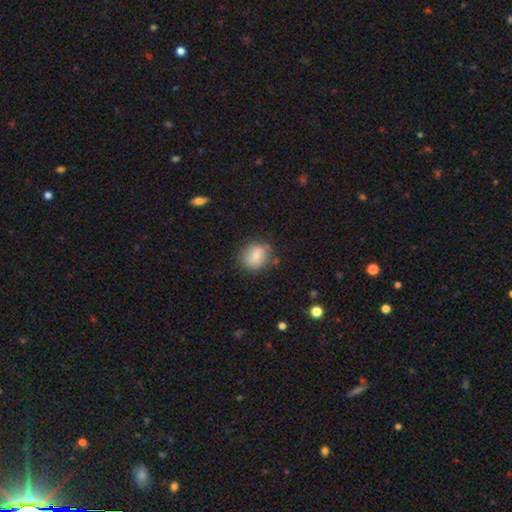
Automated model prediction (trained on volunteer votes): Morphology: type=smooth (82%); roundness=round (60%); merging=none (74%).